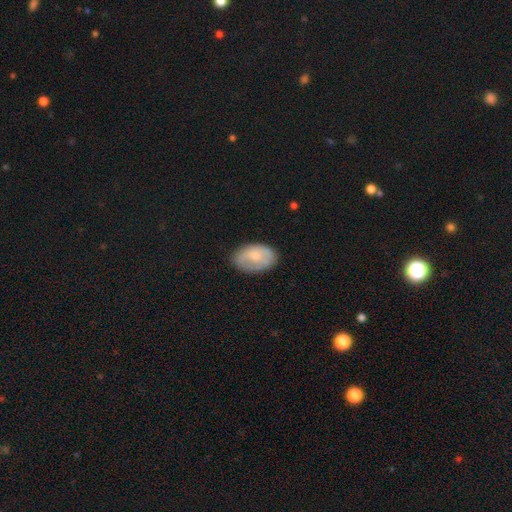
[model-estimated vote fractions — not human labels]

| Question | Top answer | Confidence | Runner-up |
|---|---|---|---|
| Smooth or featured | smooth | 67% | featured or disk (27%) |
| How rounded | in between | 89% | round (10%) |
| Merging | none | 72% | minor disturbance (21%) |